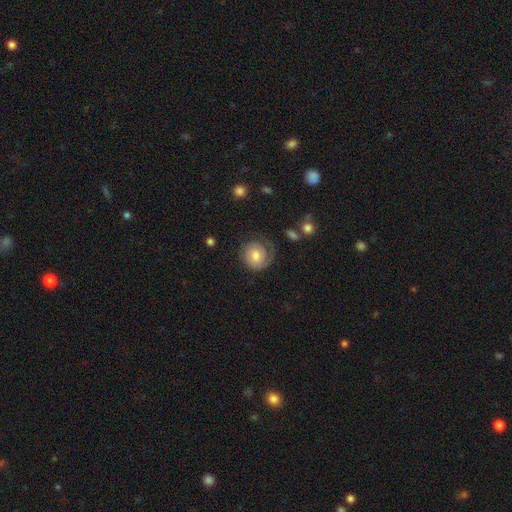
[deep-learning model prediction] Overall: featured or disk (58%; smooth 35%). Edge-on disk: no (98%). Bar: no (60%; weak 34%). Spiral arms: yes (89%). Spiral arm count: 1 (44%; 2 34%). Spiral winding: tight (66%). Bulge size: moderate (60%; small 25%). Merging: none (67%).